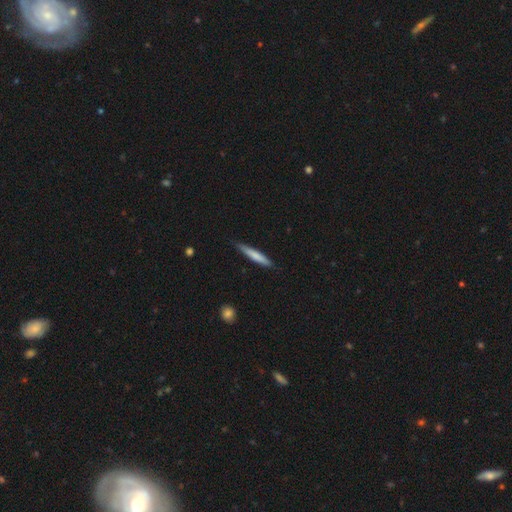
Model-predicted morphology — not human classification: smooth_or_featured: smooth (p=0.71) [alt: featured or disk p=0.24]
how_rounded: cigar-shaped (p=0.93) [alt: in between p=0.05]
merging: none (p=0.84) [alt: minor disturbance p=0.12]